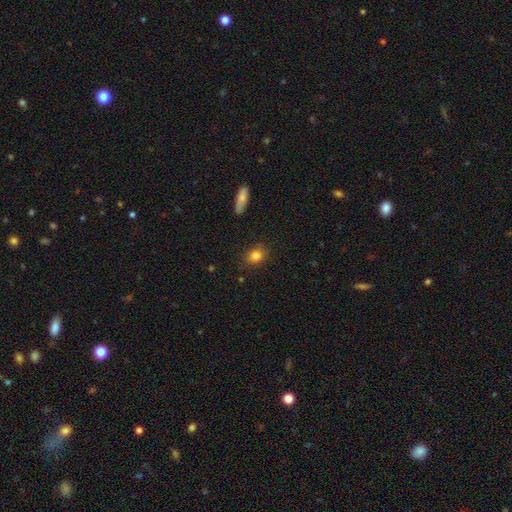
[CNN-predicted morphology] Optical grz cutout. It shows a smooth galaxy with no disk features (83%) that is round (53%). Merging: none (85%).